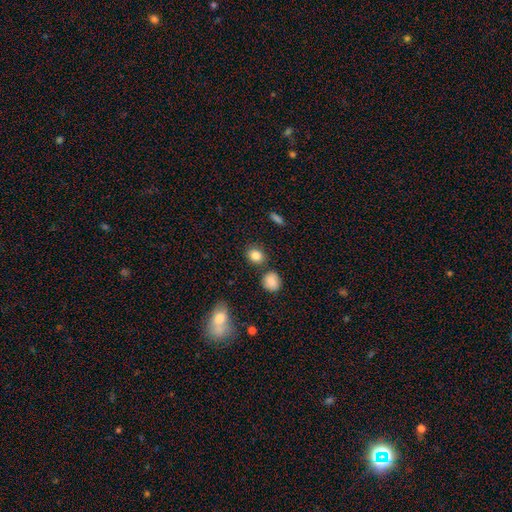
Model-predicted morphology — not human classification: A smooth galaxy with no disk features (84%) that is round (60%).

Vote fractions:
- Smooth or featured? smooth: 84% / star or artifact: 10% / featured or disk: 6%
- How rounded? round: 60% / in between: 38% / cigar-shaped: 1%
- Merging? none: 80% / minor disturbance: 10% / merger: 8% / major disturbance: 3%